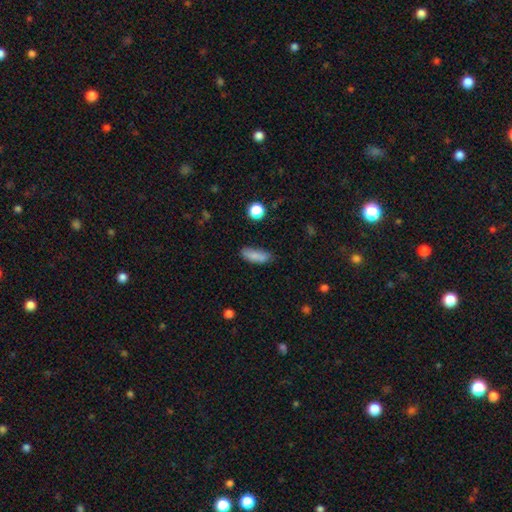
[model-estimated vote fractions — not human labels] Q: Smooth or featured?
A: smooth (83%); runner-up: star or artifact (9%)
Q: How rounded?
A: in between (62%); runner-up: cigar-shaped (35%)
Q: Merging?
A: none (72%); runner-up: minor disturbance (20%)